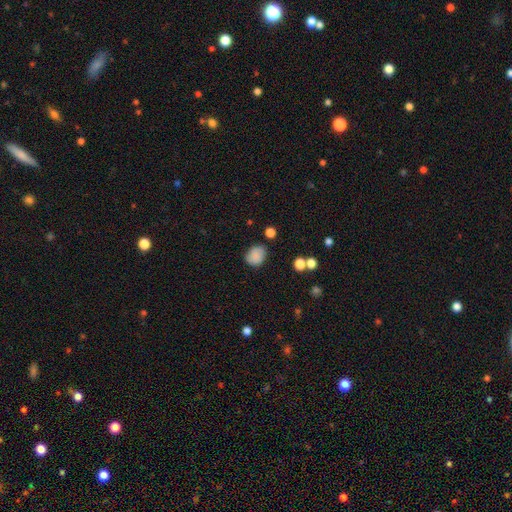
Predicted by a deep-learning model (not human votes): A smooth galaxy with no disk features (84%) that is round (56%).

Vote fractions:
- Smooth or featured? smooth: 84% / star or artifact: 10% / featured or disk: 7%
- How rounded? round: 56% / in between: 43% / cigar-shaped: 1%
- Merging? none: 74% / minor disturbance: 19% / major disturbance: 5% / merger: 3%